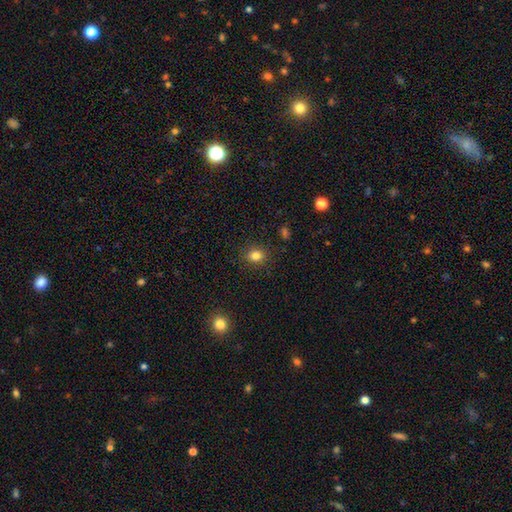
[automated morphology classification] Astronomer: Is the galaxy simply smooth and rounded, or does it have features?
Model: smooth — 82%.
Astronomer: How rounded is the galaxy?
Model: round — 63%.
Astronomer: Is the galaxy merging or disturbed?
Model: none — 88%.